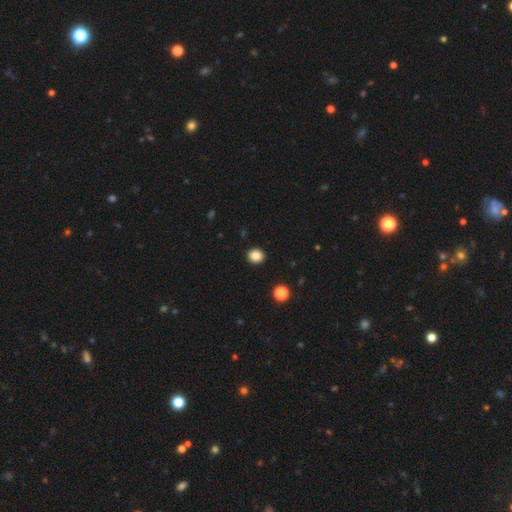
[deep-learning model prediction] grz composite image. It shows a smooth galaxy with no disk features (85%) that is round (75%). Merging: none (92%).